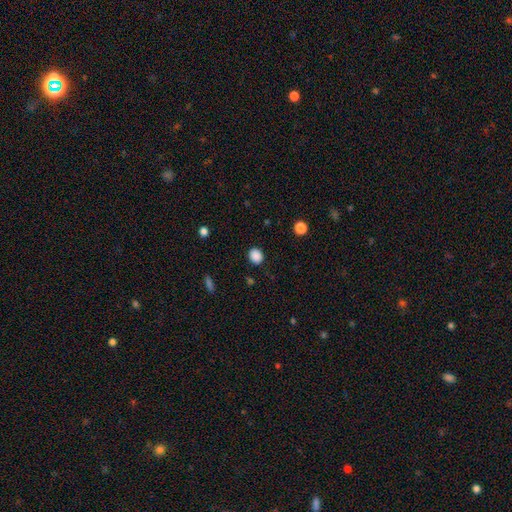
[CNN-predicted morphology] The model was most divided on "how rounded": round: 66%, in between: 33%, cigar-shaped: 1%. More confident: merging — none (89%); smooth or featured — smooth (87%).